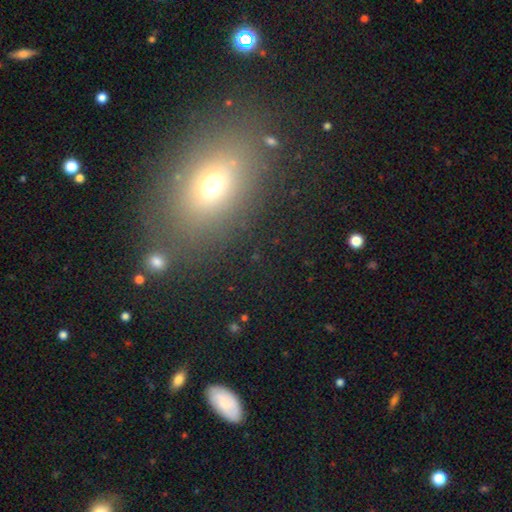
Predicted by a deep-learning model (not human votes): The model was most divided on "smooth or featured": smooth: 57%, star or artifact: 26%, featured or disk: 17%. More confident: merging — none (79%); how rounded — in between (66%).